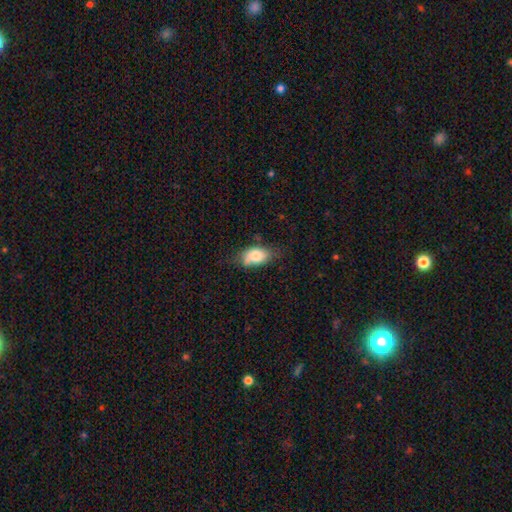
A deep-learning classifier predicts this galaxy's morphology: Q: Smooth or featured?
A: smooth (78%); runner-up: featured or disk (15%)
Q: How rounded?
A: in between (90%); runner-up: round (8%)
Q: Merging?
A: none (52%); runner-up: minor disturbance (35%)